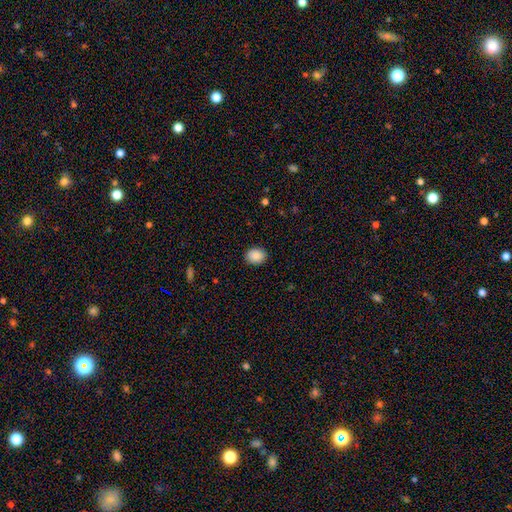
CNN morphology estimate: Smooth or featured: smooth — 89% (star or artifact — 8%)
How rounded: in between — 50% (round — 49%)
Merging: none — 90% (minor disturbance — 7%)